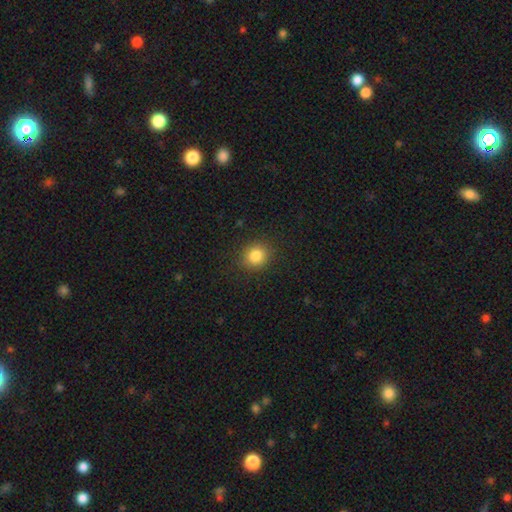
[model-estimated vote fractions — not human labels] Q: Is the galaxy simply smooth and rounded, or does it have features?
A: smooth — 84%.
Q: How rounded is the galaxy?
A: round — 80%.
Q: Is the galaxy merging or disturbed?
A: none — 89%.